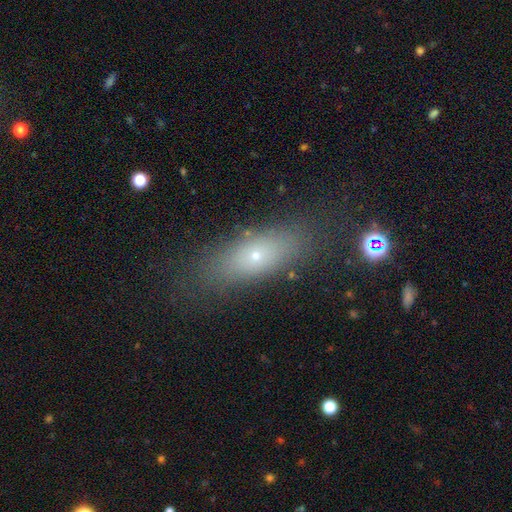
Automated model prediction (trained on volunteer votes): This appears to be a smooth galaxy with no disk features (62%) that is in between round and cigar-shaped (61%). Merging: none (80%).